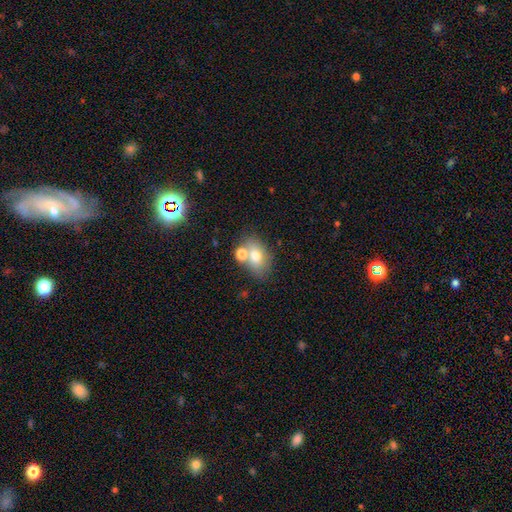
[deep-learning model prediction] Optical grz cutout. It shows a smooth galaxy with no disk features (71%) that is in between round and cigar-shaped (74%). Merging: none (56%).